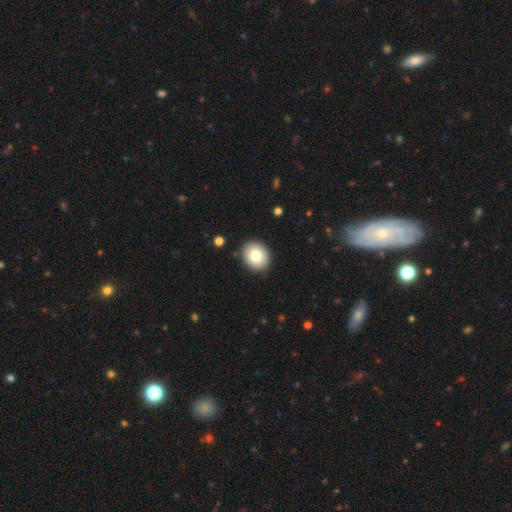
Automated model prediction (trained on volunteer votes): Smooth or featured?
  - smooth: 79% *
  - featured or disk: 13%
  - star or artifact: 9%
How rounded?
  - round: 69% *
  - in between: 30%
  - cigar-shaped: 1%
Merging?
  - none: 90% *
  - minor disturbance: 7%
  - major disturbance: 2%
  - merger: 1%